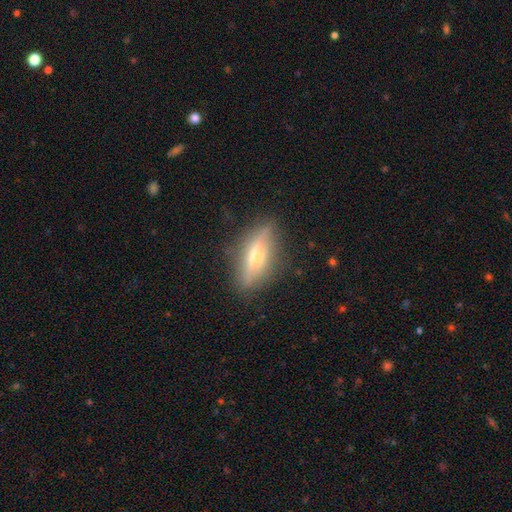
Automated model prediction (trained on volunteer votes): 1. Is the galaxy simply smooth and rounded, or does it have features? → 63% featured or disk, 29% smooth, 8% star or artifact.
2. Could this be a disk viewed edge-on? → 85% yes, 15% no.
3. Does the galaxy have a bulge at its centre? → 89% rounded, 6% none, 5% boxy.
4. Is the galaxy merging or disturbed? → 82% none, 13% minor disturbance, 4% major disturbance, 1% merger.